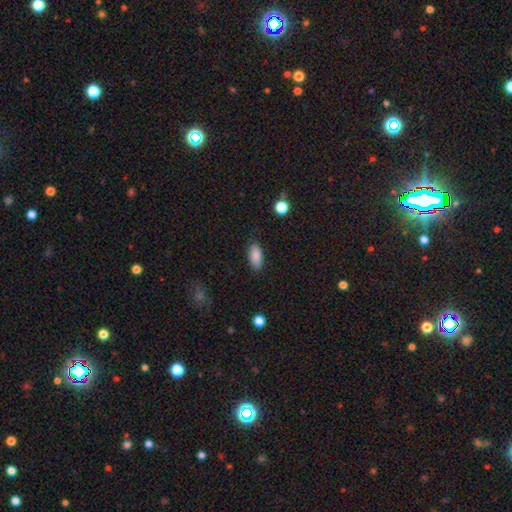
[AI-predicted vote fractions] smooth_or_featured: smooth (p=0.87) [alt: star or artifact p=0.08]
how_rounded: in between (p=0.90) [alt: cigar-shaped p=0.08]
merging: none (p=0.83) [alt: minor disturbance p=0.13]